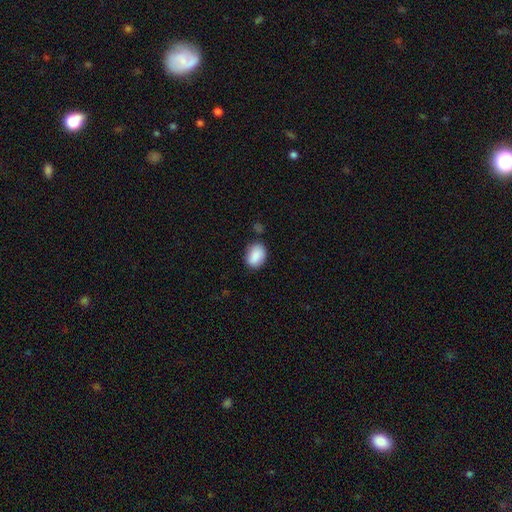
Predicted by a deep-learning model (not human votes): This is clearly a smooth galaxy (88%). How rounded: likely in between (76%). Merging: likely none (75%).